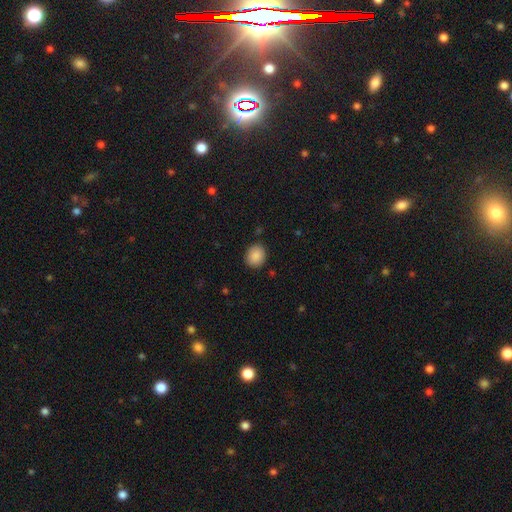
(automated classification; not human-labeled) Smooth or featured? smooth (89%)
How rounded? round (70%)
Merging? none (88%)